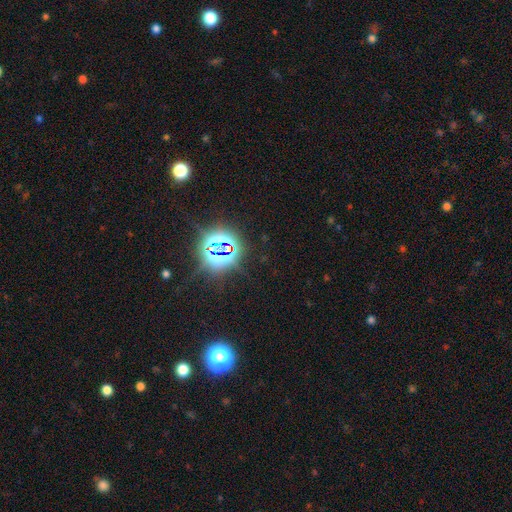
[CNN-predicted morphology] A star or artifact, not a galaxy (80%).